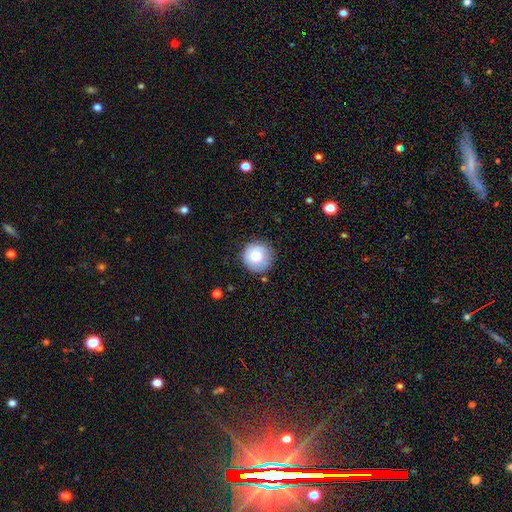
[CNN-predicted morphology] Smooth or featured? smooth (77%)
How rounded? round (95%)
Merging? none (81%)